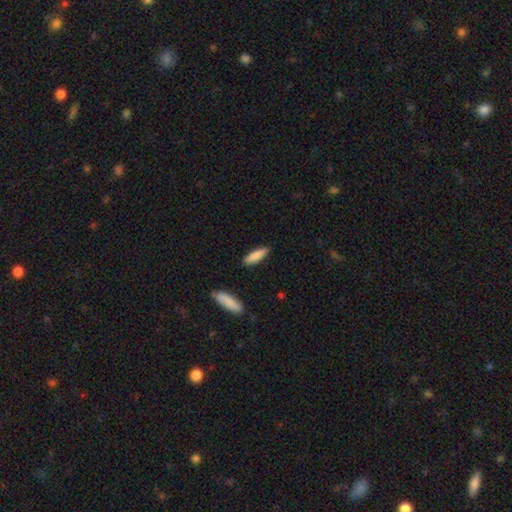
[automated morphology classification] This appears to be a smooth galaxy with no disk features (86%) that is cigar-shaped (64%). Merging: none (86%).